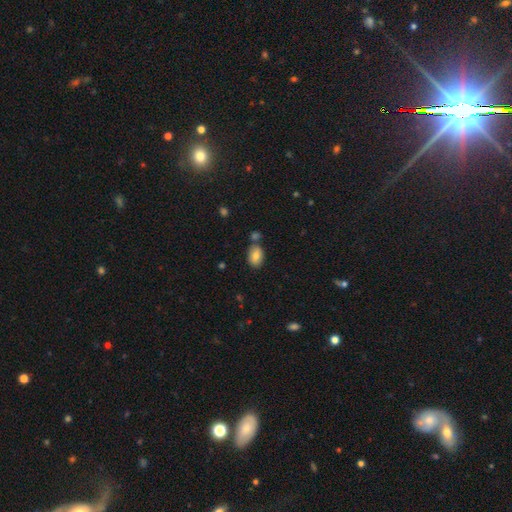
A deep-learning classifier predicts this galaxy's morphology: A smooth galaxy with no disk features (80%) that is in between round and cigar-shaped (86%). Merging: none (68%).